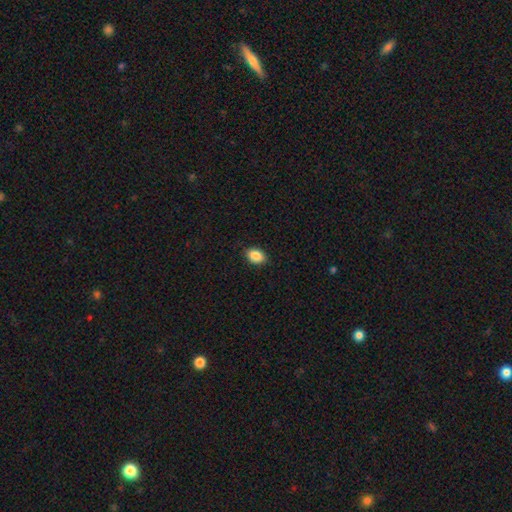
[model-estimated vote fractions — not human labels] Morphology: type=smooth (88%); roundness=in between (83%); merging=none (87%).